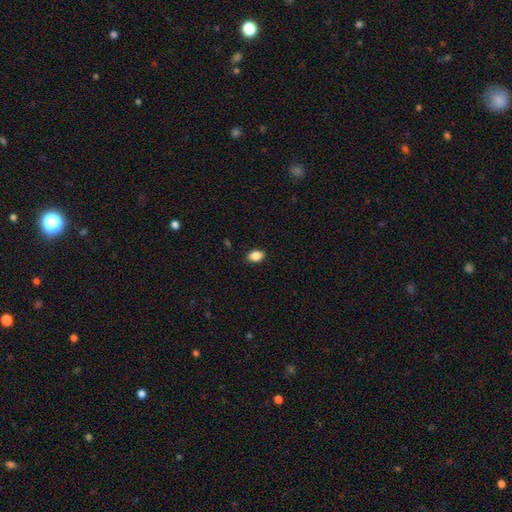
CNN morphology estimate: Smooth or featured? smooth (87%)
How rounded? in between (85%)
Merging? none (88%)